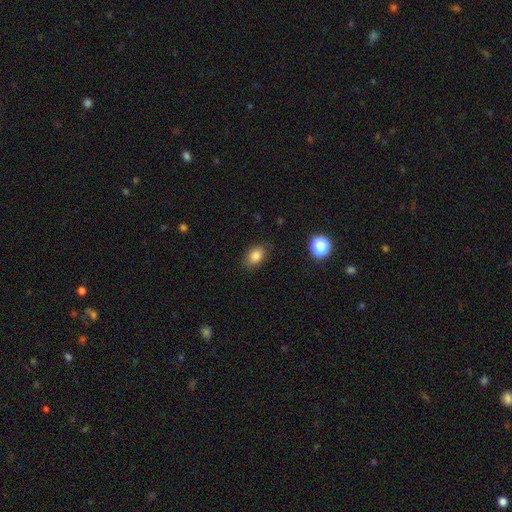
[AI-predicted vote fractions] Smooth or featured? Predicted: smooth (p=0.83). How rounded? Predicted: in between (p=0.77). Merging? Predicted: none (p=0.83).